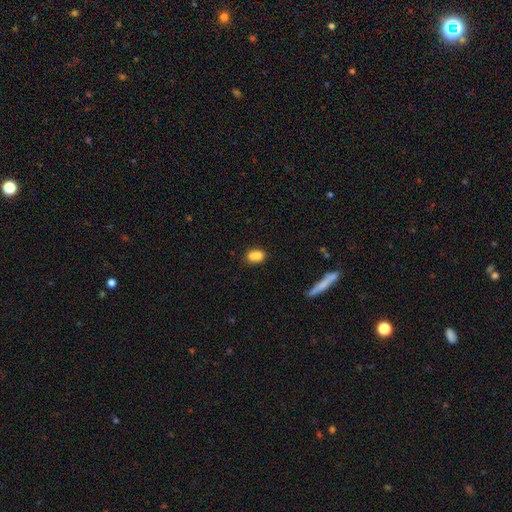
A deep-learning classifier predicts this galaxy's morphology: A smooth galaxy with no disk features (77%) that is in between round and cigar-shaped (72%).

Vote fractions:
- Smooth or featured? smooth: 77% / featured or disk: 13% / star or artifact: 10%
- How rounded? in between: 72% / round: 24% / cigar-shaped: 3%
- Merging? merger: 41% (tied) / none: 41% (tied) / minor disturbance: 13% / major disturbance: 5%